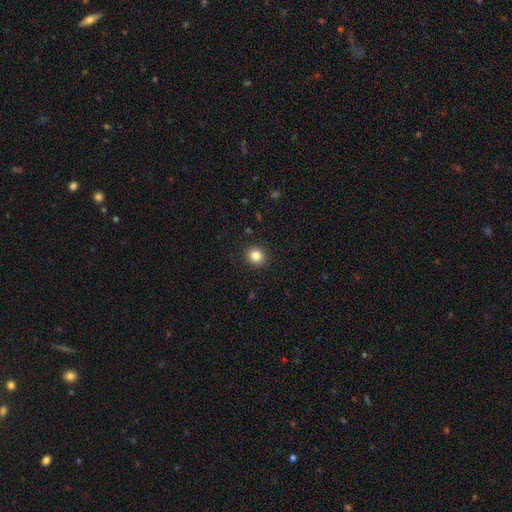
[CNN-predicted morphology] Overall: smooth (84%). How rounded: round (88%). Merging: none (91%).